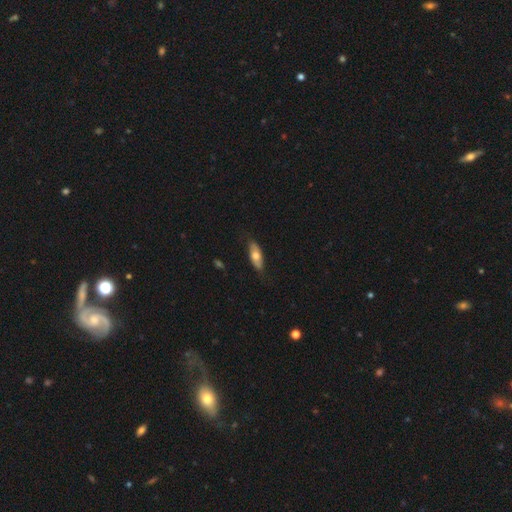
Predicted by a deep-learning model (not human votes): smooth 63%, featured or disk 31%, star or artifact 6%. Down the decision tree: how rounded — in between (75%); merging — none (79%).